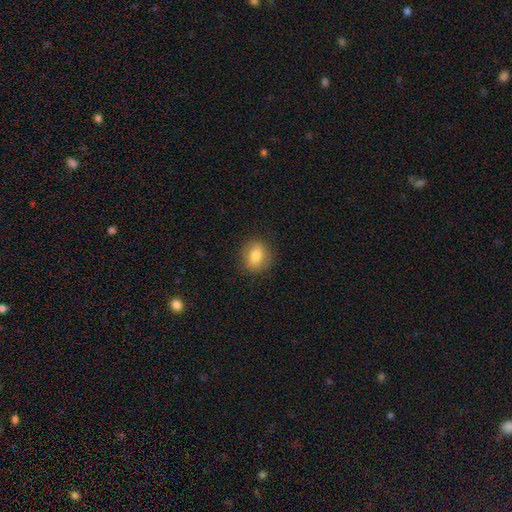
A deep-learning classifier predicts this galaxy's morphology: type=smooth (78%); roundness=round (66%); merging=none (86%).